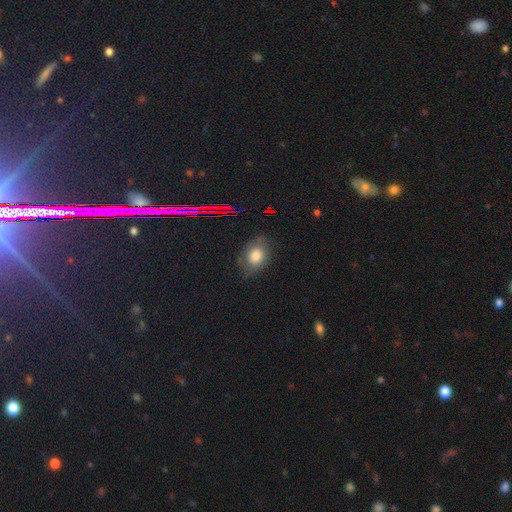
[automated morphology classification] This is likely a smooth galaxy (70%). How rounded: likely in between (68%). Merging: likely none (69%).